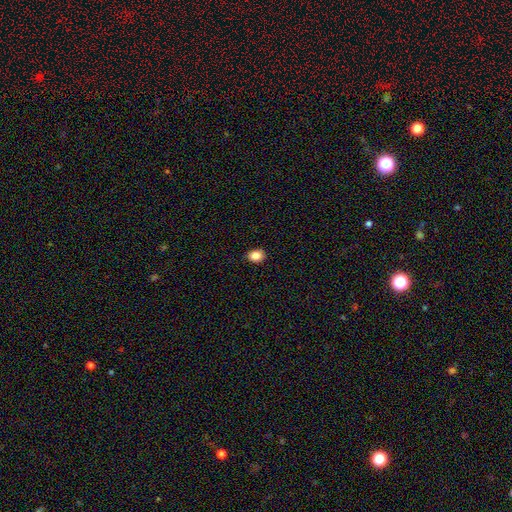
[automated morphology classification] This is clearly a smooth galaxy (85%). How rounded: possibly in between (54%). Merging: clearly none (83%).